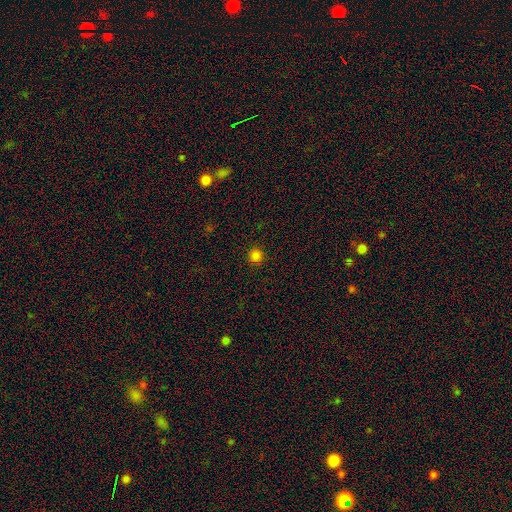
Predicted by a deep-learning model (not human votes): smooth_or_featured: smooth (p=0.81) [alt: star or artifact p=0.16]
how_rounded: round (p=0.95) [alt: in between p=0.04]
merging: none (p=0.91) [alt: minor disturbance p=0.06]